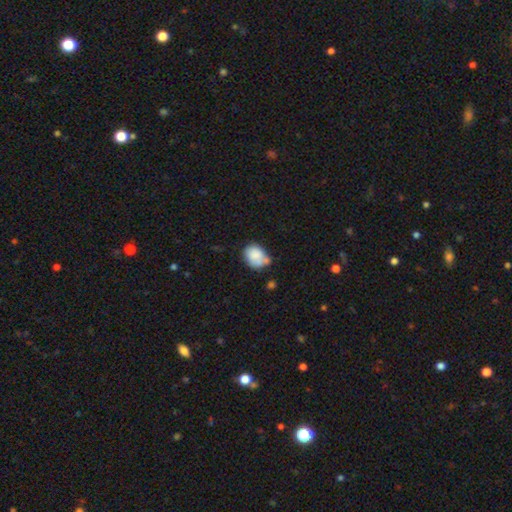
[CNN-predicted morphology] This appears to be a smooth galaxy with no disk features (79%) that is in between round and cigar-shaped (58%). Merging: none (39%).